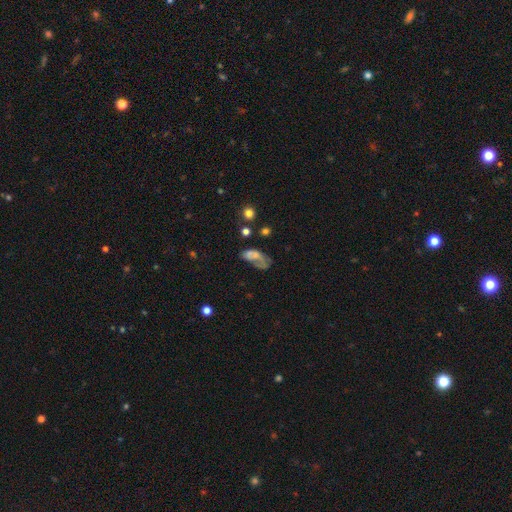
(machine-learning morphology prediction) Q: Smooth or featured?
A: smooth (47%); runner-up: featured or disk (36%)
Q: Merging?
A: major disturbance (36%); runner-up: none (28%)